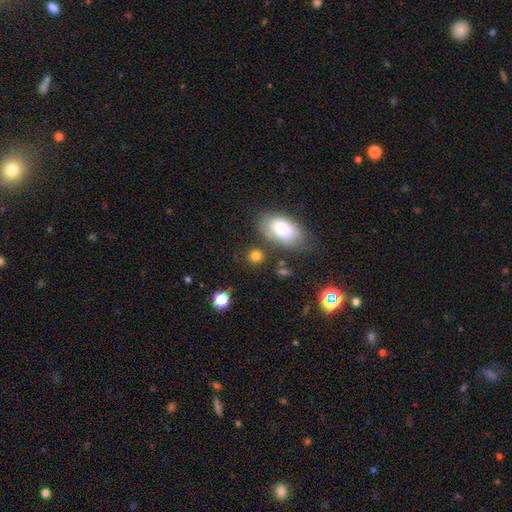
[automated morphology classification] A smooth galaxy with no disk features (77%) that is round (72%).

Vote fractions:
- Smooth or featured? smooth: 77% / star or artifact: 12% / featured or disk: 11%
- How rounded? round: 72% / in between: 26% / cigar-shaped: 2%
- Merging? none: 72% / minor disturbance: 14% / merger: 8% / major disturbance: 6%